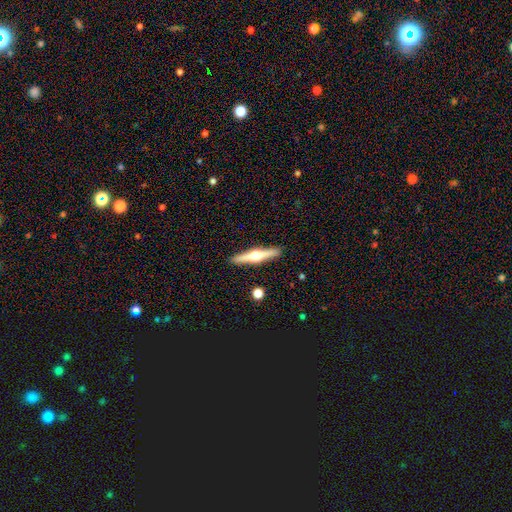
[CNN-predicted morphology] Q: Smooth or featured?
A: featured or disk (70%); runner-up: smooth (25%)
Q: Edge-on disk?
A: yes (98%); runner-up: no (2%)
Q: Edge-on bulge?
A: rounded (95%); runner-up: boxy (2%)
Q: Merging?
A: none (92%); runner-up: minor disturbance (6%)